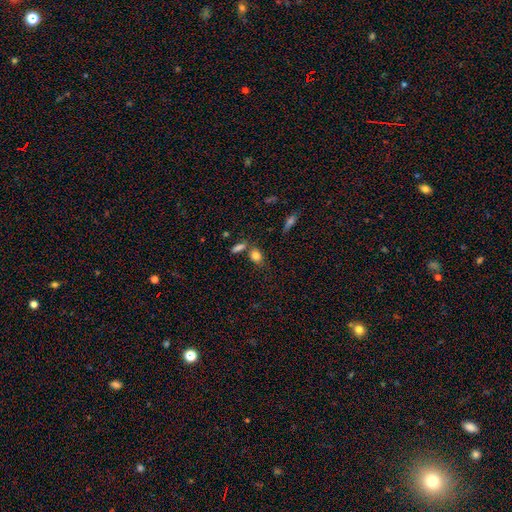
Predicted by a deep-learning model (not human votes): Smooth or featured? Predicted: smooth (p=0.82). How rounded? Predicted: in between (p=0.67). Merging? Predicted: none (p=0.64).